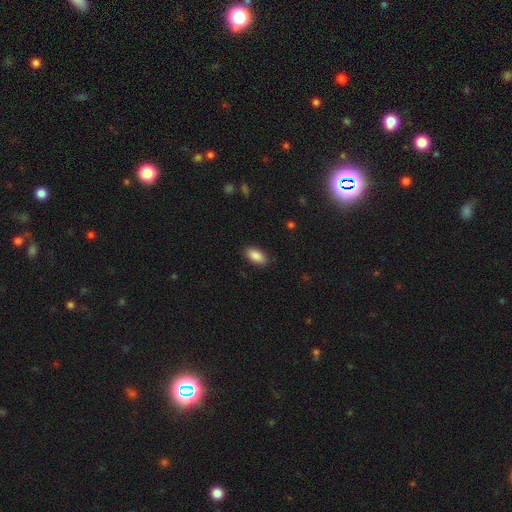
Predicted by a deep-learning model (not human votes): This is clearly a smooth galaxy (89%). How rounded: clearly in between (93%). Merging: clearly none (88%).